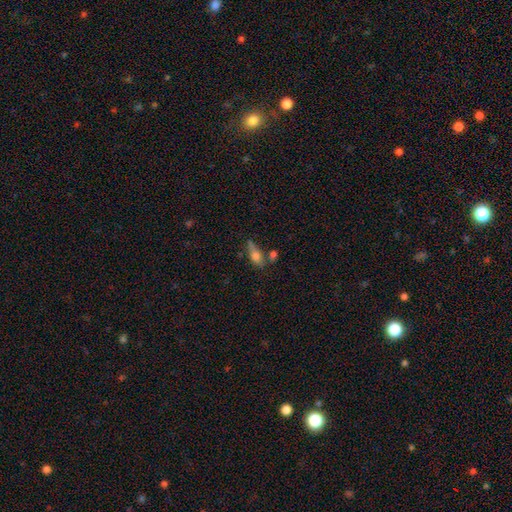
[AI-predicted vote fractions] Morphology: type=smooth (65%); roundness=in between (61%); merging=none (43%).